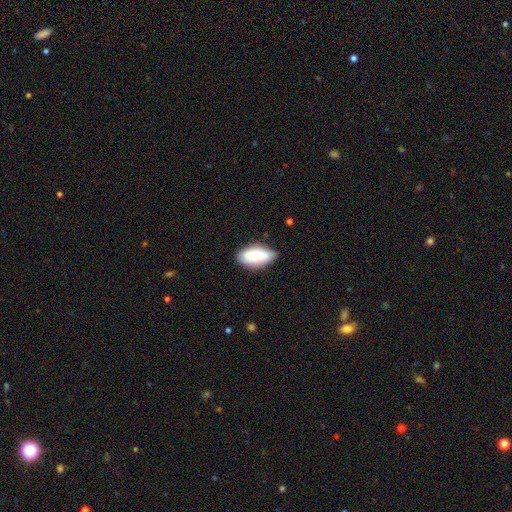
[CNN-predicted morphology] A smooth galaxy with no disk features (79%) that is in between round and cigar-shaped (93%). Merging: none (75%).